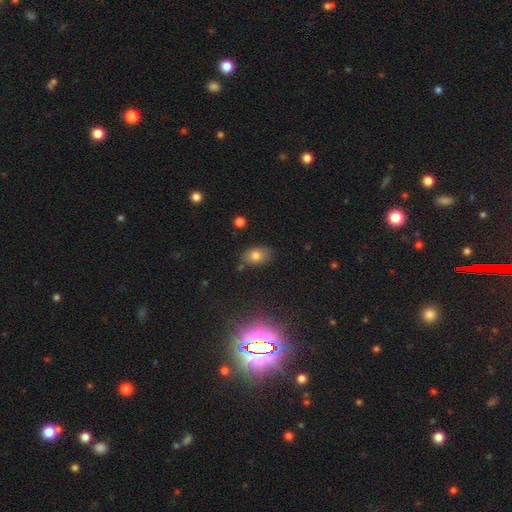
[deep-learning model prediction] Overall: smooth (76%). How rounded: in between (85%). Merging: none (78%).